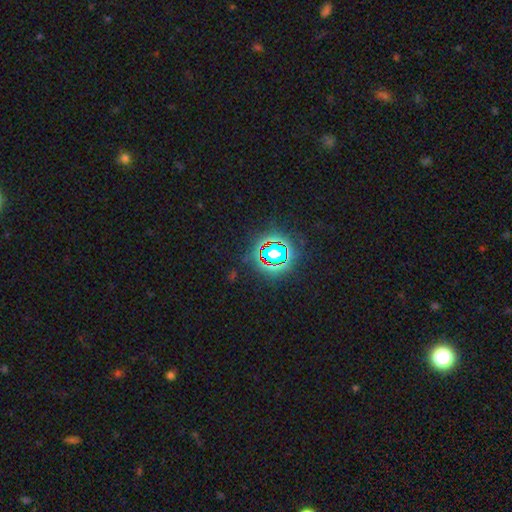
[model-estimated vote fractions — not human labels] star or artifact 79%, smooth 14%, featured or disk 7%.